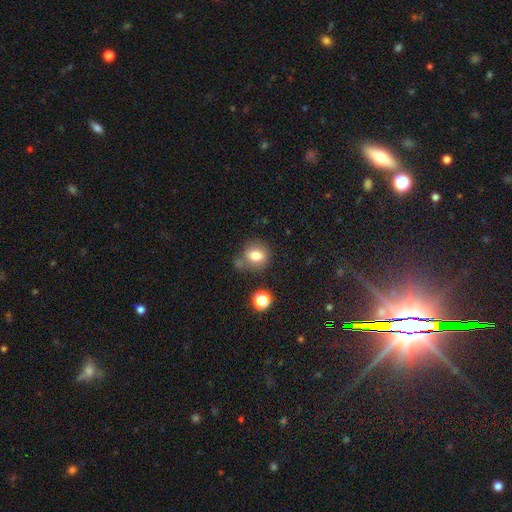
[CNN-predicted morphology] Smooth or featured? Predicted: smooth (p=0.76). How rounded? Predicted: round (p=0.58). Merging? Predicted: none (p=0.63).